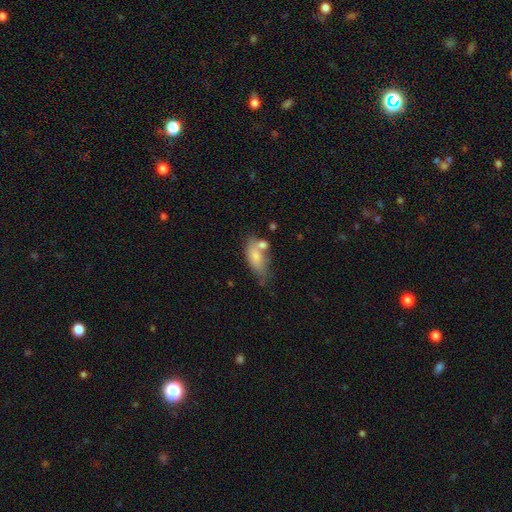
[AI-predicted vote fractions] A smooth galaxy with no disk features (74%) that is in between round and cigar-shaped (85%). Merging: none (37%).